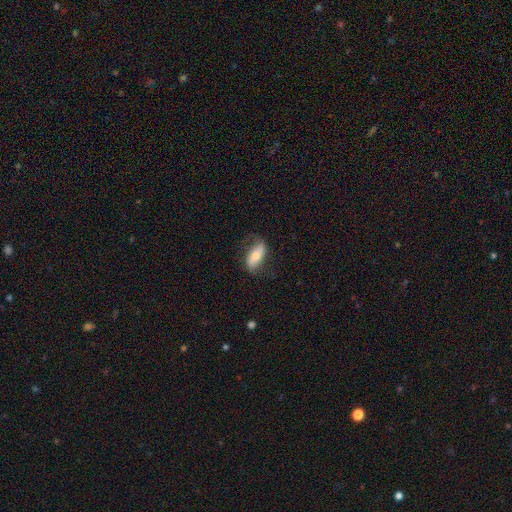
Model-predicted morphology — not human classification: smooth-or-featured: smooth: 49% | featured or disk: 44% | star or artifact: 6%
  merging: none: 67% | minor disturbance: 22% | major disturbance: 9% | merger: 1%